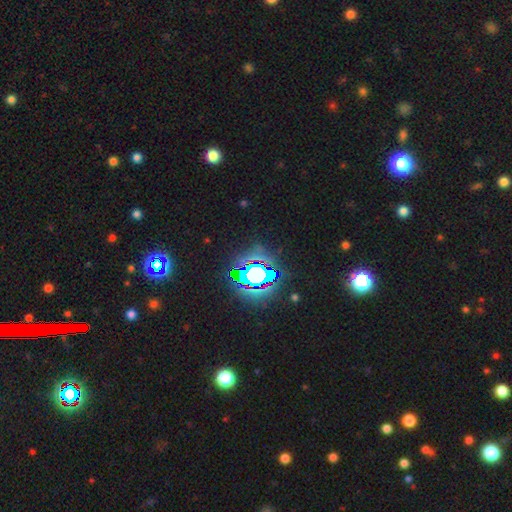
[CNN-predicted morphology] The model was most divided on "smooth or featured": star or artifact: 81%, smooth: 11%, featured or disk: 7%.